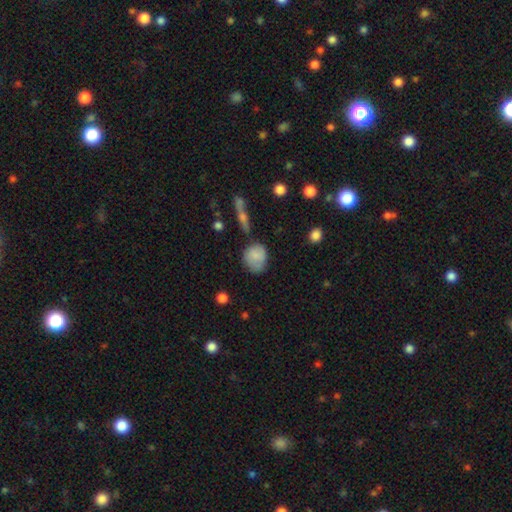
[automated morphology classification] smooth_or_featured: smooth (p=0.78) [alt: featured or disk p=0.14]
how_rounded: round (p=0.67) [alt: in between p=0.31]
merging: none (p=0.61) [alt: minor disturbance p=0.26]